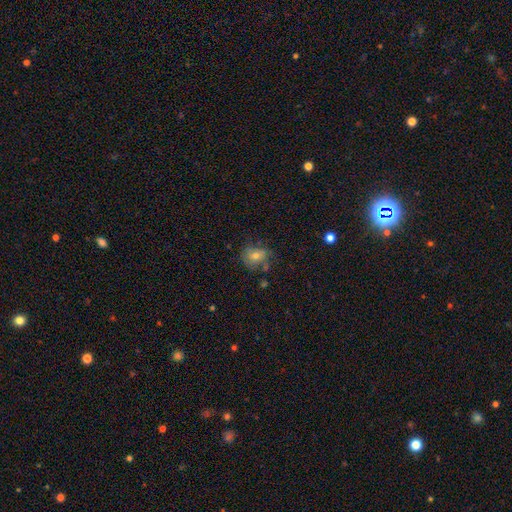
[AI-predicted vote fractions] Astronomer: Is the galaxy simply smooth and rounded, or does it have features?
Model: smooth — 57%.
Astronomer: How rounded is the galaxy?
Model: round — 61% (runner-up: in between, 38%).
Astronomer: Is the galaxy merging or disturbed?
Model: none — 60%.